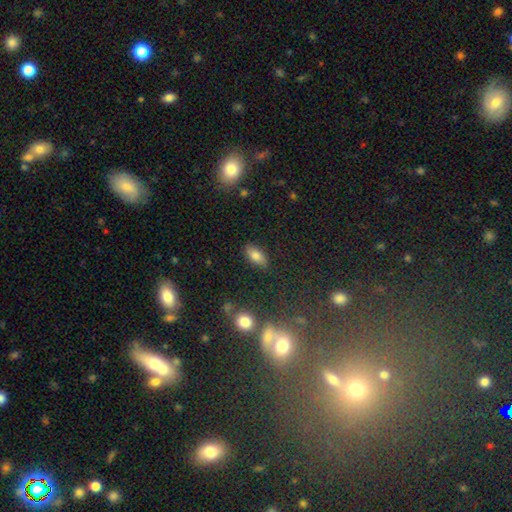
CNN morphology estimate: This appears to be a smooth galaxy with no disk features (79%) that is in between round and cigar-shaped (89%). Merging: none (85%).